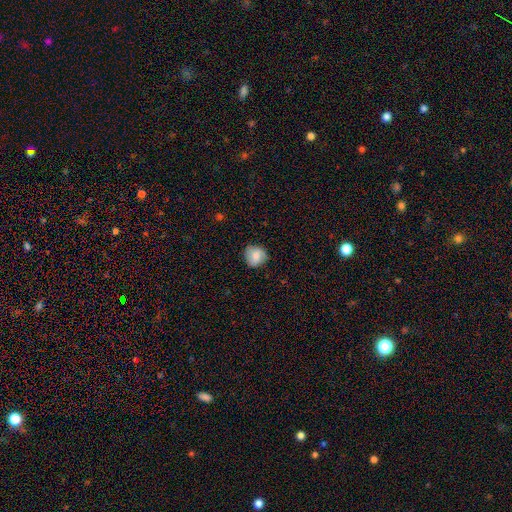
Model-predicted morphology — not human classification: A smooth galaxy with no disk features (71%) that is round (81%).

Vote fractions:
- Smooth or featured? smooth: 71% / featured or disk: 21% / star or artifact: 8%
- How rounded? round: 81% / in between: 18% / cigar-shaped: 1%
- Merging? none: 75% / minor disturbance: 19% / major disturbance: 5% / merger: 1%